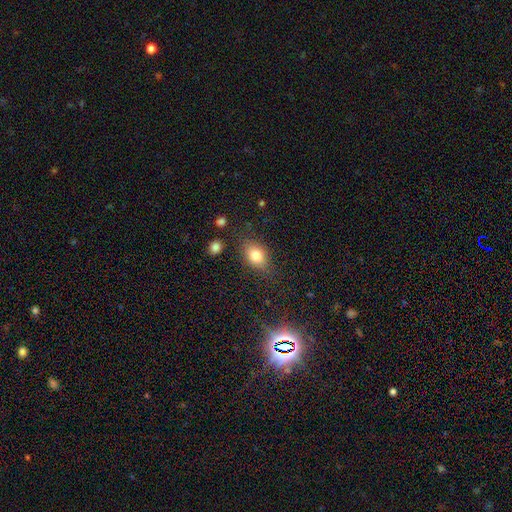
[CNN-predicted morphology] Smooth or featured: smooth — 77% (featured or disk — 12%)
How rounded: in between — 75% (round — 23%)
Merging: none — 76% (minor disturbance — 16%)